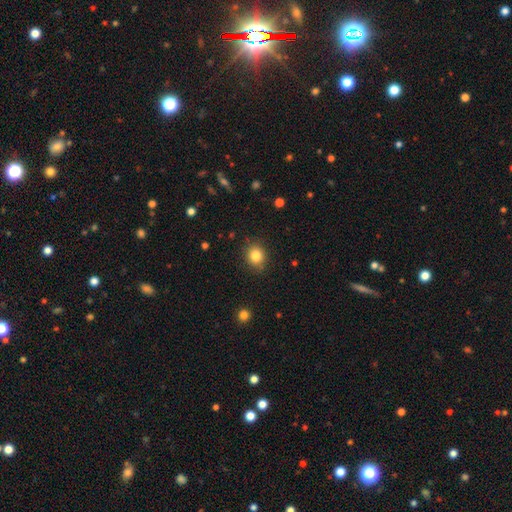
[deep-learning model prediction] The model was most divided on "how rounded": round: 72%, in between: 27%, cigar-shaped: 1%. More confident: merging — none (85%); smooth or featured — smooth (83%).